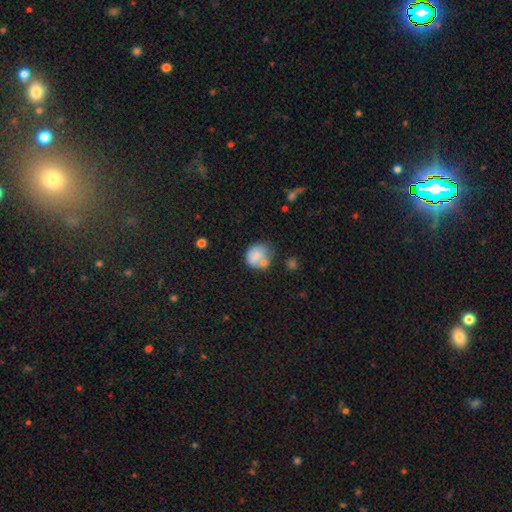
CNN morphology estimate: A smooth galaxy with no disk features (73%) that is round (69%).

Vote fractions:
- Smooth or featured? smooth: 73% / featured or disk: 18% / star or artifact: 9%
- How rounded? round: 69% / in between: 30% / cigar-shaped: 1%
- Merging? none: 41% / merger: 28% / minor disturbance: 21% / major disturbance: 10%